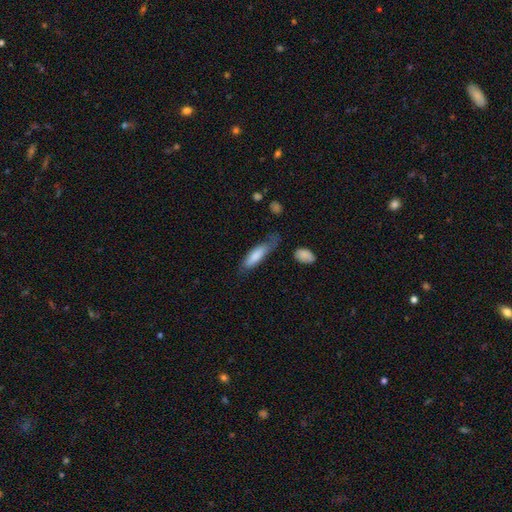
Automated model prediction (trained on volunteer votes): Morphology: type=smooth (79%); roundness=cigar-shaped (60%); merging=none (46%).